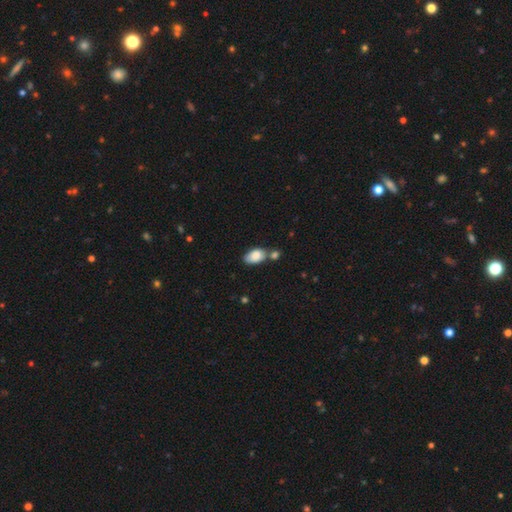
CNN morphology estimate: Smooth or featured: smooth — 85% (featured or disk — 8%)
How rounded: in between — 93% (round — 6%)
Merging: none — 43% (merger — 35%)